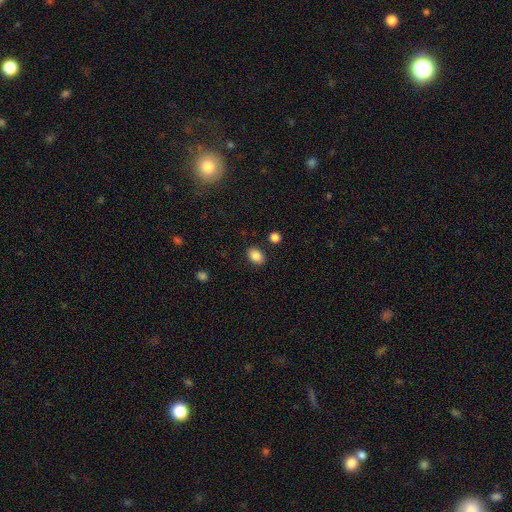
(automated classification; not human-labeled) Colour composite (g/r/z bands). It shows a smooth galaxy with no disk features (86%) that is in between round and cigar-shaped (72%). Merging: none (86%).